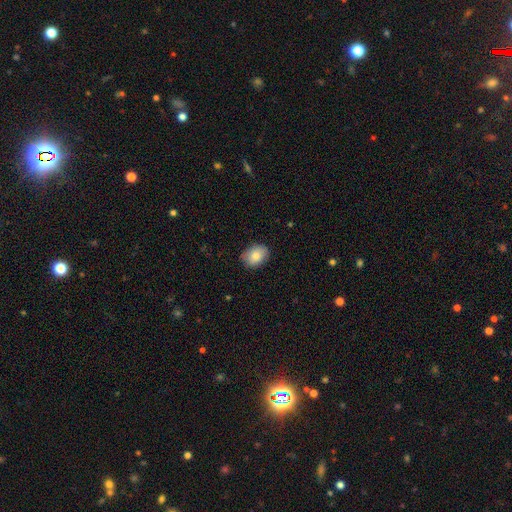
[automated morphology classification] A smooth galaxy with no disk features (83%) that is in between round and cigar-shaped (69%).

Vote fractions:
- Smooth or featured? smooth: 83% / featured or disk: 10% / star or artifact: 7%
- How rounded? in between: 69% / round: 30% / cigar-shaped: 1%
- Merging? none: 83% / minor disturbance: 14% / major disturbance: 2% / merger: 1%